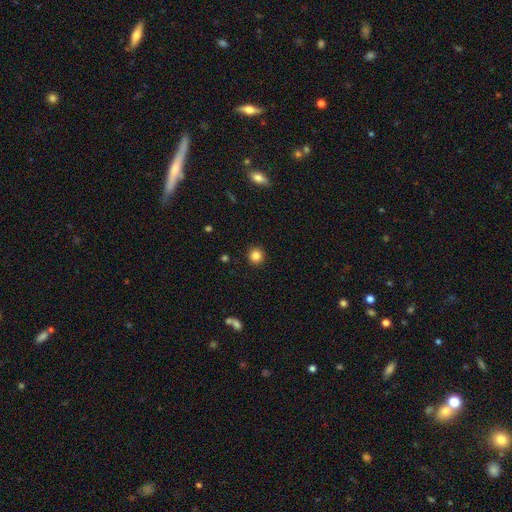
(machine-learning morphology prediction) type=smooth (85%); roundness=round (94%); merging=none (92%).